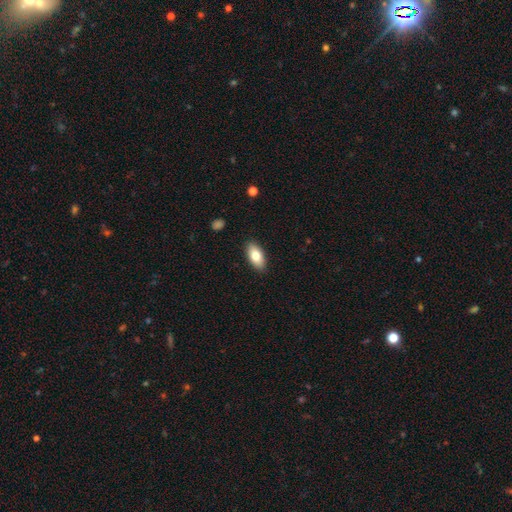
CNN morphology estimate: Overall: smooth (79%). How rounded: in between (90%). Merging: none (89%).